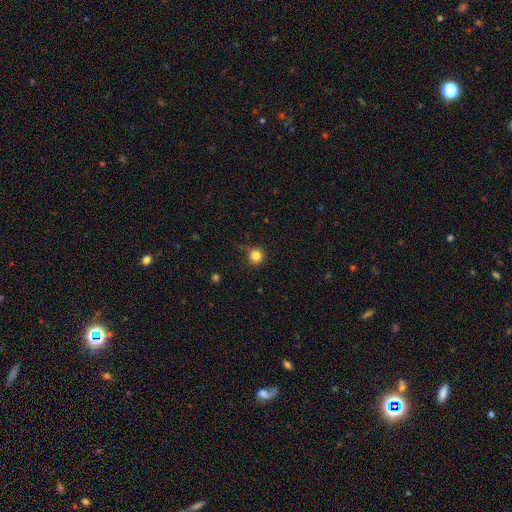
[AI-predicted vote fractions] smooth-or-featured: smooth: 83% | star or artifact: 12% | featured or disk: 5%
  how-rounded: round: 94% | in between: 5% | cigar-shaped: 1%
  merging: none: 83% | minor disturbance: 12% | major disturbance: 3% | merger: 2%